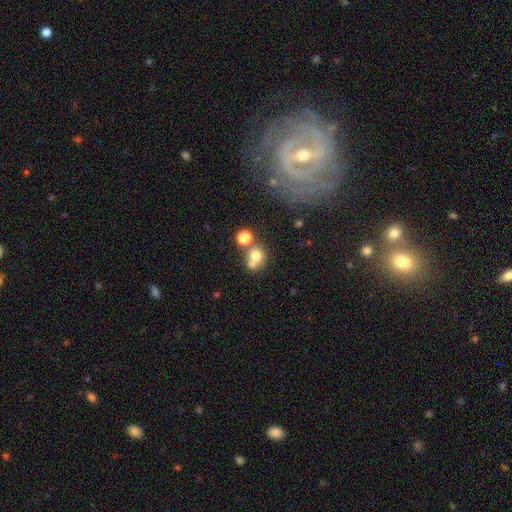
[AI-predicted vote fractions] Overall: smooth (71%). How rounded: round (79%). Merging: merger (47%; none 41%).